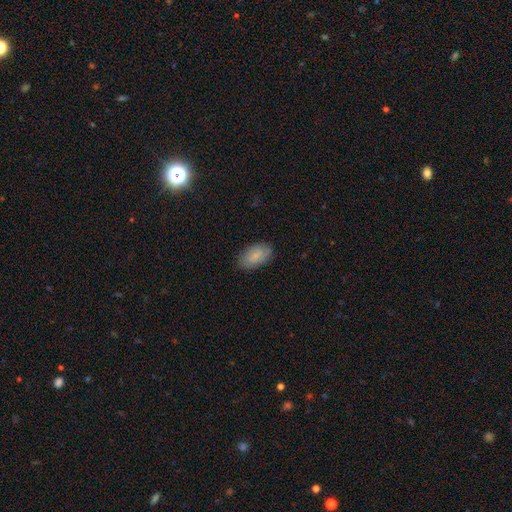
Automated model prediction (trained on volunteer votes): This appears to be a smooth galaxy with no disk features (80%) that is in between round and cigar-shaped (93%). Merging: none (82%).